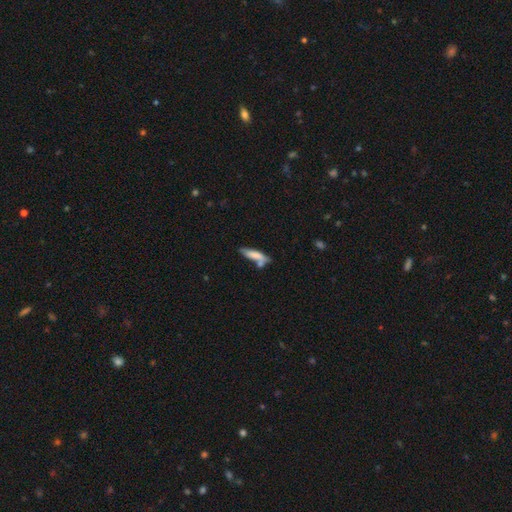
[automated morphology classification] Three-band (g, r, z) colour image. It shows a smooth galaxy with no disk features (73%) that is cigar-shaped (68%). Merging: none (47%).